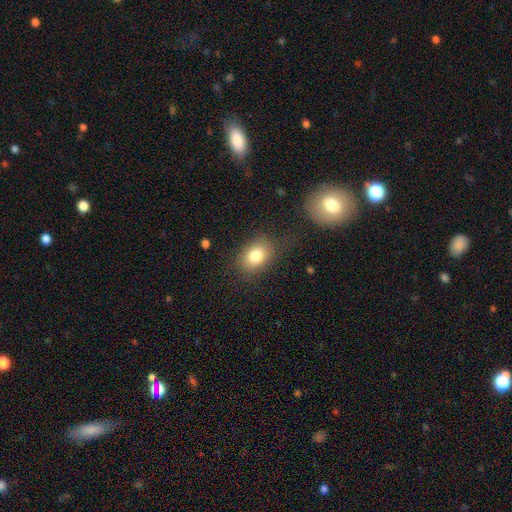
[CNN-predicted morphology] Smooth or featured: smooth — 80% (featured or disk — 10%)
How rounded: in between — 64% (round — 35%)
Merging: none — 76% (minor disturbance — 15%)